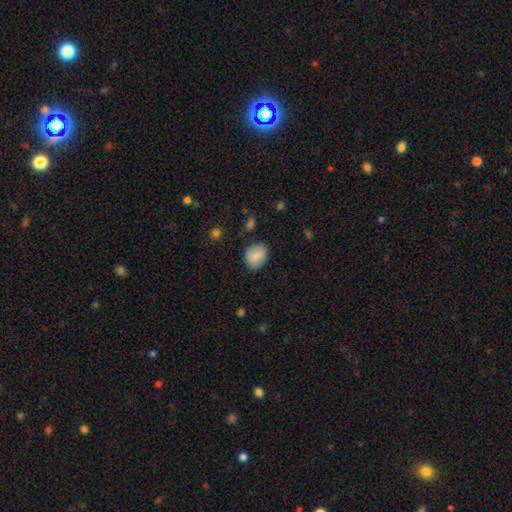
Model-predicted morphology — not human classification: The model was most divided on "how rounded": round: 57%, in between: 42%, cigar-shaped: 1%. More confident: smooth or featured — smooth (85%); merging — none (80%).